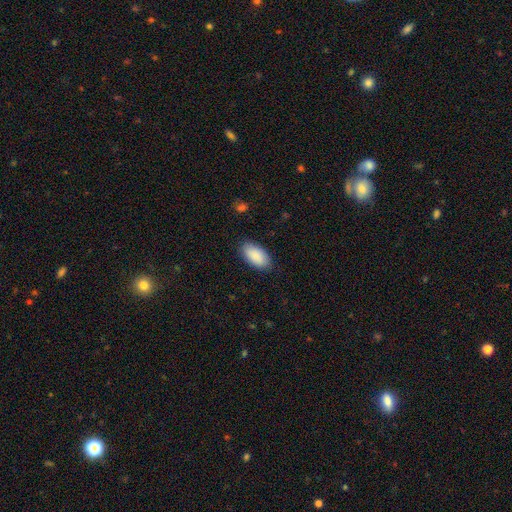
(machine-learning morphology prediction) The model was most divided on "merging": none: 85%, minor disturbance: 11%, major disturbance: 3%, merger: 1%. More confident: how rounded — in between (95%); smooth or featured — smooth (90%).